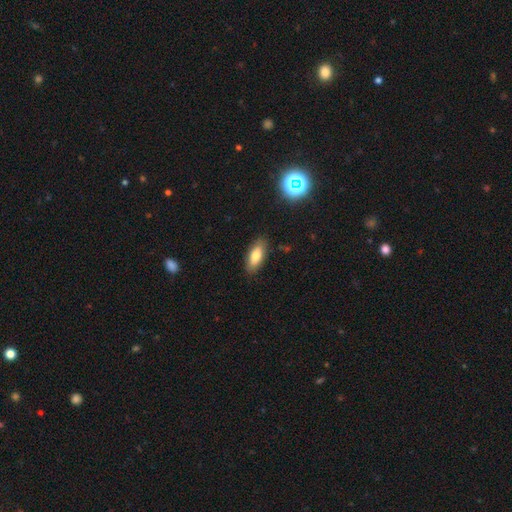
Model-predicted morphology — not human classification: smooth_or_featured: smooth (p=0.76) [alt: featured or disk p=0.16]
how_rounded: in between (p=0.83) [alt: cigar-shaped p=0.15]
merging: none (p=0.86) [alt: minor disturbance p=0.10]